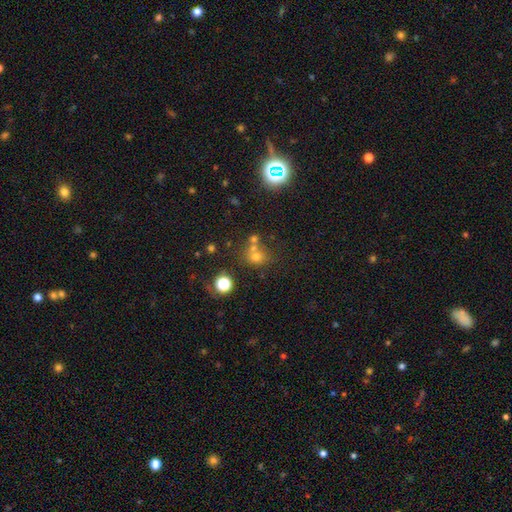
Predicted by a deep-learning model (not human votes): Overall: smooth (55%; star or artifact 33%). How rounded: round (77%). Merging: none (51%; merger 34%).